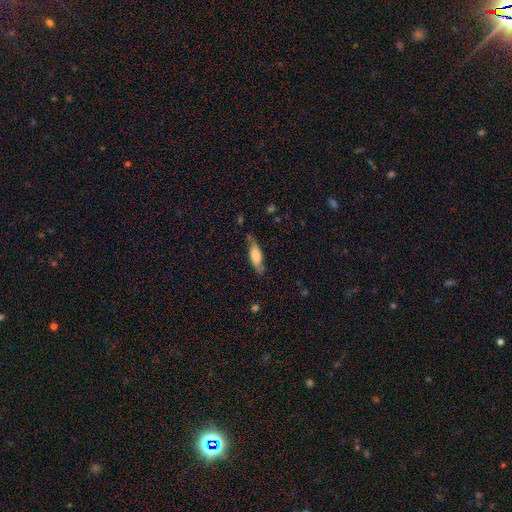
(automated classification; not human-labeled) A smooth galaxy with no disk features (63%) that is in between round and cigar-shaped (58%). Merging: none (69%).